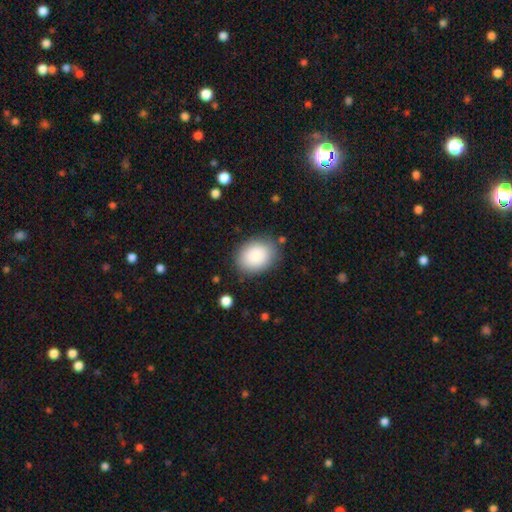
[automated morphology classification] type=smooth (87%); roundness=in between (60%); merging=none (82%).